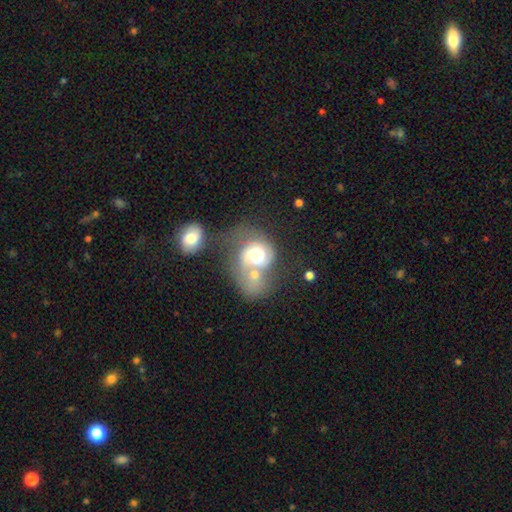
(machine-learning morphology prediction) smooth-or-featured: featured or disk: 54% | smooth: 38% | star or artifact: 8%
  disk-edge-on: no: 97% | yes: 3%
    bar: no: 75% | weak: 21% | strong: 4%
    has-spiral-arms: yes: 70% | no: 30%
    bulge-size: moderate: 51% | large: 35% | dominant: 6% | small: 5% | none: 3%
  merging: merger: 61% | major disturbance: 16% | none: 15% | minor disturbance: 9%